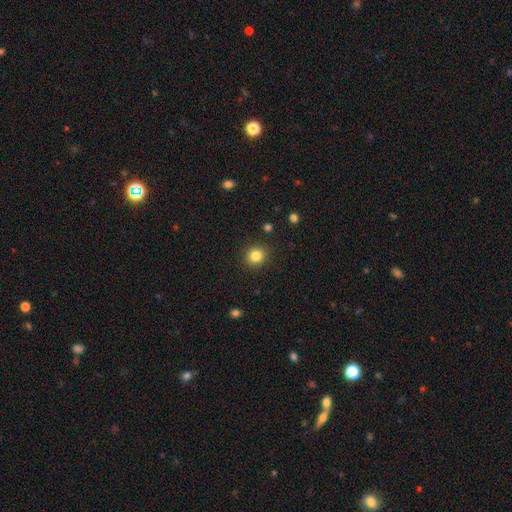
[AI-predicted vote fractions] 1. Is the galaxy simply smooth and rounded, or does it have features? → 84% smooth, 11% star or artifact, 5% featured or disk.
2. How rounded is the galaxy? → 87% round, 12% in between, 1% cigar-shaped.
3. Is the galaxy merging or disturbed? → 90% none, 6% minor disturbance, 2% major disturbance, 1% merger.